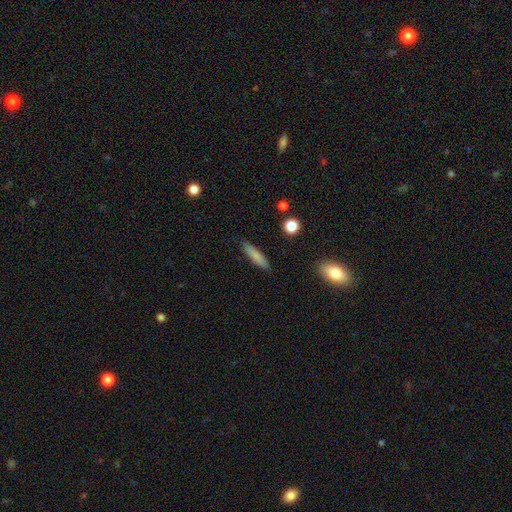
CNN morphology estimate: smooth_or_featured: smooth (p=0.79) [alt: featured or disk p=0.13]
how_rounded: cigar-shaped (p=0.83) [alt: in between p=0.15]
merging: none (p=0.88) [alt: minor disturbance p=0.08]